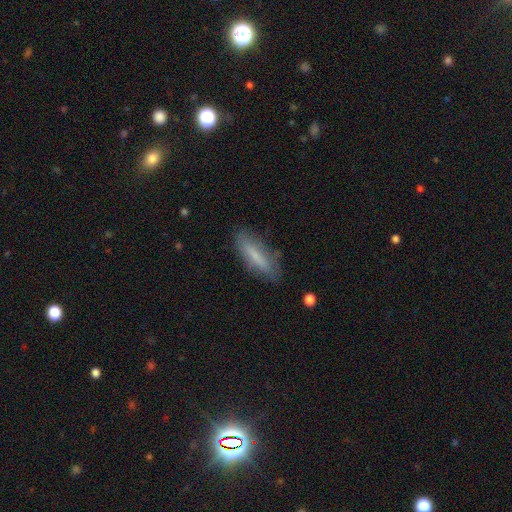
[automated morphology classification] Smooth or featured?
  - smooth: 68% *
  - featured or disk: 25%
  - star or artifact: 8%
How rounded?
  - cigar-shaped: 64% *
  - in between: 35%
  - round: 2%
Merging?
  - none: 76% *
  - minor disturbance: 18%
  - major disturbance: 5%
  - merger: 2%